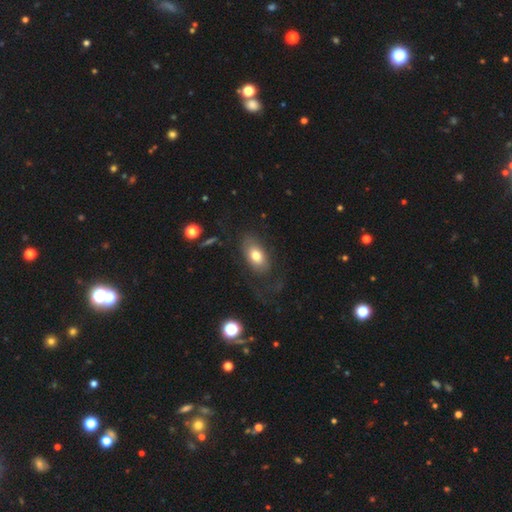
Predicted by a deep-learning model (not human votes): Smooth or featured? Predicted: smooth (p=0.68). How rounded? Predicted: in between (p=0.90). Merging? Predicted: none (p=0.58).